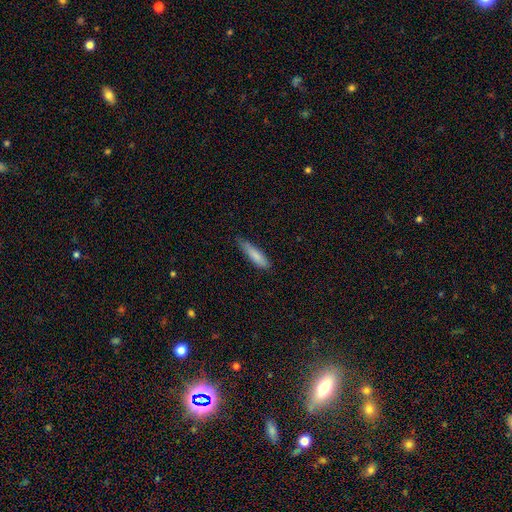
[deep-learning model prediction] A smooth galaxy with no disk features (82%) that is cigar-shaped (74%). Merging: none (68%).